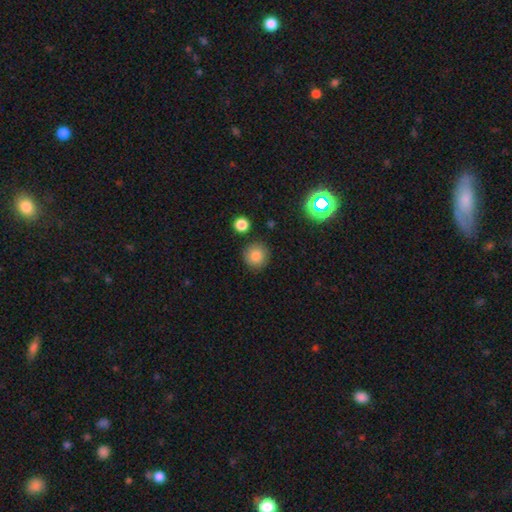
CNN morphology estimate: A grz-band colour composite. It shows a smooth galaxy with no disk features (82%) that is round (93%). Merging: none (87%).